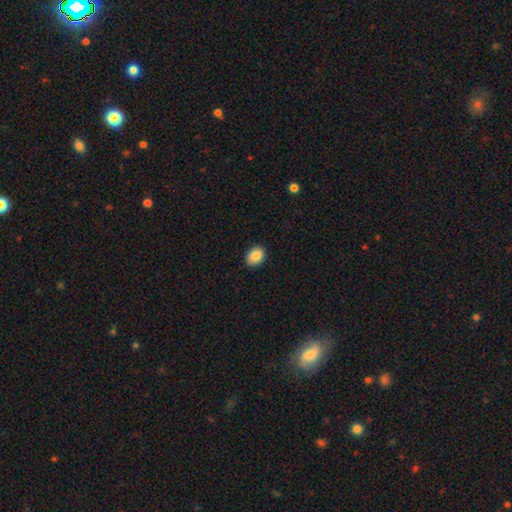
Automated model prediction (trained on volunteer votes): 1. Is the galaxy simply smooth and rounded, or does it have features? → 88% smooth, 8% star or artifact, 4% featured or disk.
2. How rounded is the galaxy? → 72% in between, 27% round, 1% cigar-shaped.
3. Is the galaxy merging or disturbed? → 89% none, 8% minor disturbance, 2% major disturbance, 1% merger.